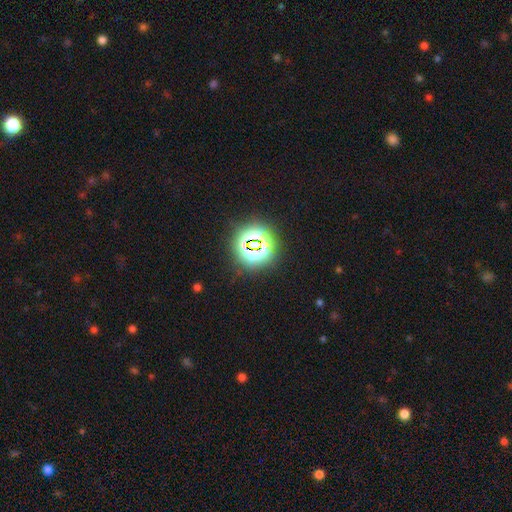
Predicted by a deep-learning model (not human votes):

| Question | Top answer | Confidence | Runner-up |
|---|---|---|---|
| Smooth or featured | star or artifact | 78% | smooth (15%) |